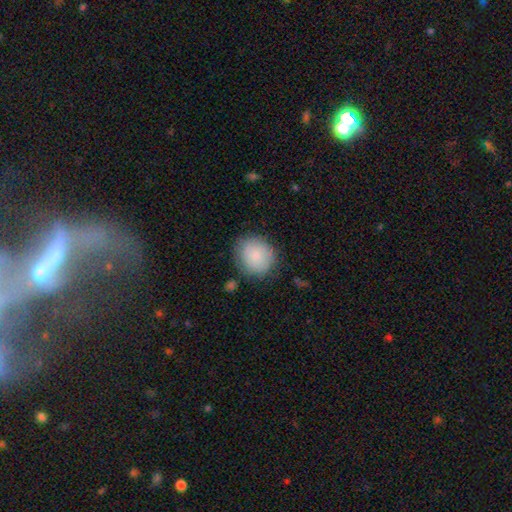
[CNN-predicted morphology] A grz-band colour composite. It shows a smooth galaxy with no disk features (84%) that is round (79%). Merging: none (77%).